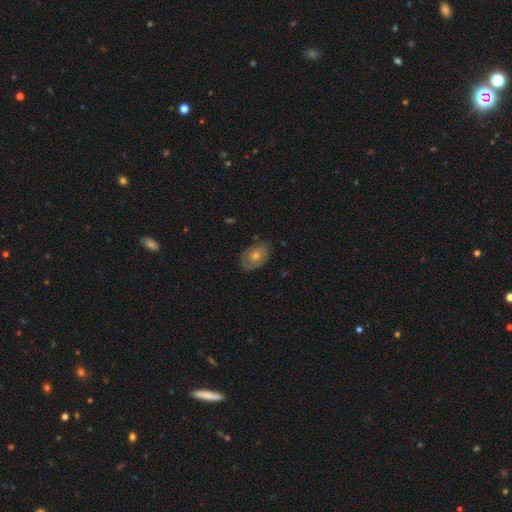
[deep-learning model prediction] A featured or disk galaxy (49%). Merging: none (80%).